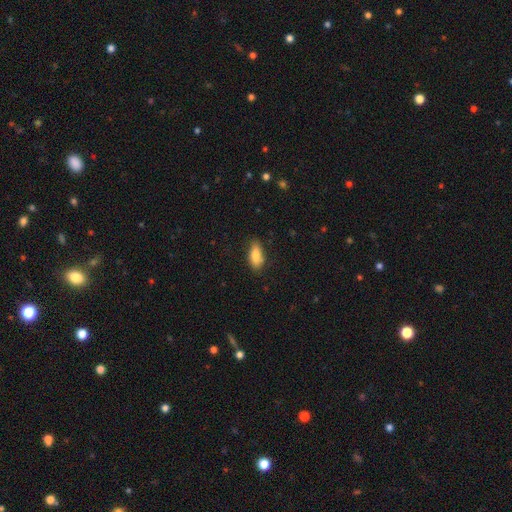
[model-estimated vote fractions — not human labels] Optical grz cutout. It shows a smooth galaxy with no disk features (83%) that is in between round and cigar-shaped (81%). Merging: none (80%).